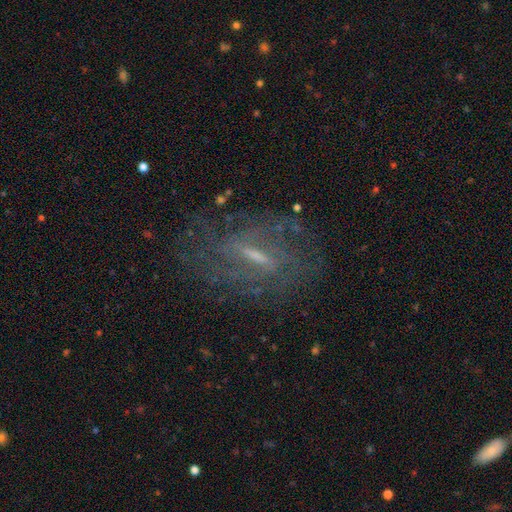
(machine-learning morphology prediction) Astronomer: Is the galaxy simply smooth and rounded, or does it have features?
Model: featured or disk — 76%.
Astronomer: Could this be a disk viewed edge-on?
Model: no — 81%.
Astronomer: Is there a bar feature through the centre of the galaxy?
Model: strong — 46% (runner-up: weak, 42%).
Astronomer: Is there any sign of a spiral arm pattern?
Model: yes — 77%.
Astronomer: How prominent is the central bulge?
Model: small — 46% (runner-up: moderate, 34%).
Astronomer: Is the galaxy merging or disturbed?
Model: none — 71%.